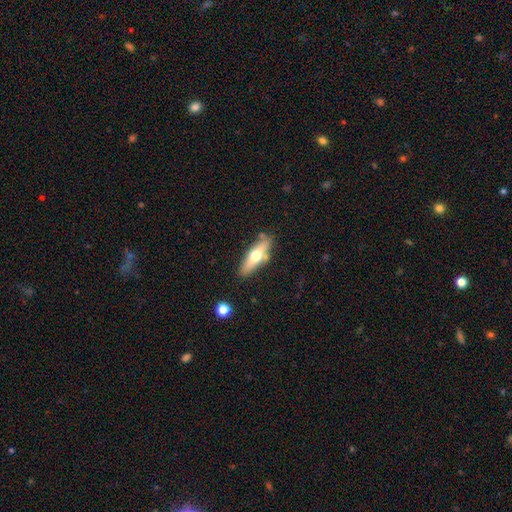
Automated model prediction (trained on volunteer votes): smooth 52%, featured or disk 43%, star or artifact 6%. Down the decision tree: how rounded — cigar-shaped (56%); merging — none (76%).